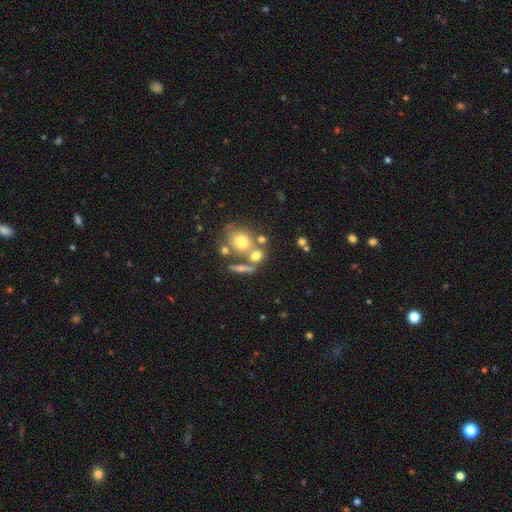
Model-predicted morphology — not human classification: Overall: smooth (62%; featured or disk 23%). How rounded: round (57%; in between 36%). Merging: none (47%; merger 35%).